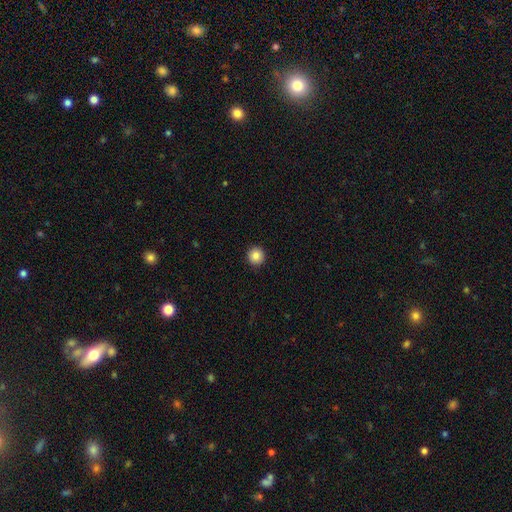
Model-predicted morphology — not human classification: smooth 85%, star or artifact 10%, featured or disk 5%. Down the decision tree: how rounded — round (95%); merging — none (93%).